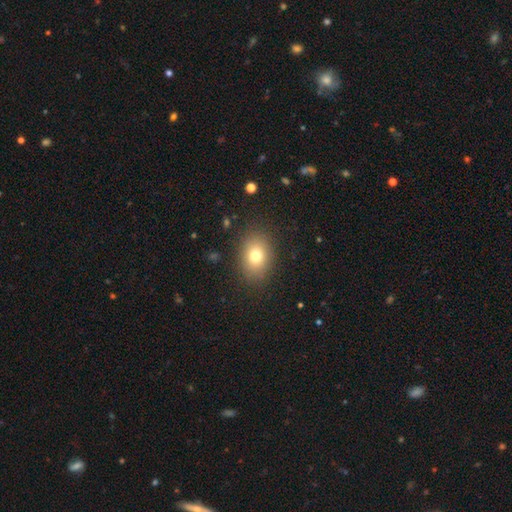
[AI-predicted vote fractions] Overall: smooth (76%). How rounded: in between (61%; round 38%). Merging: none (86%).